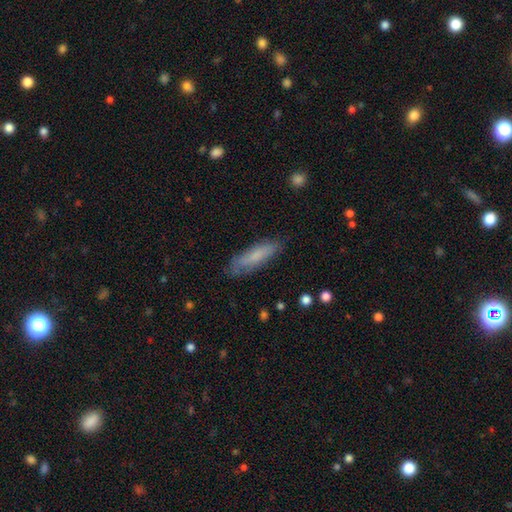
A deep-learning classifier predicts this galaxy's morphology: Smooth or featured? Predicted: smooth (p=0.71). How rounded? Predicted: cigar-shaped (p=0.64). Merging? Predicted: none (p=0.79).